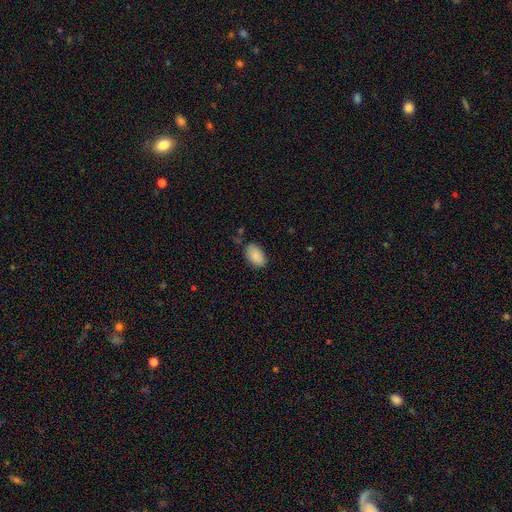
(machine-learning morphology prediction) Overall: smooth (89%). How rounded: in between (92%). Merging: none (78%).